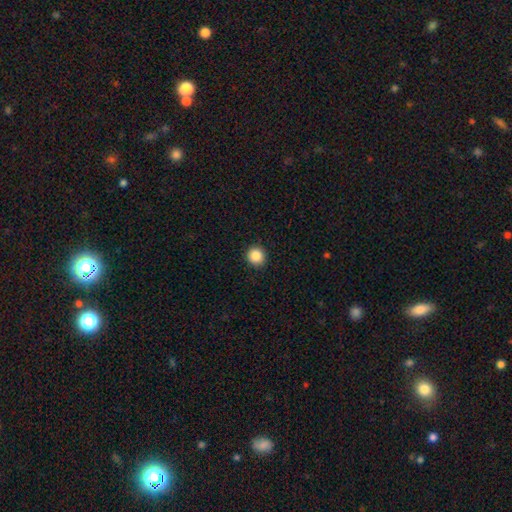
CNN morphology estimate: smooth 87%, star or artifact 10%, featured or disk 4%. Down the decision tree: how rounded — round (94%); merging — none (92%).